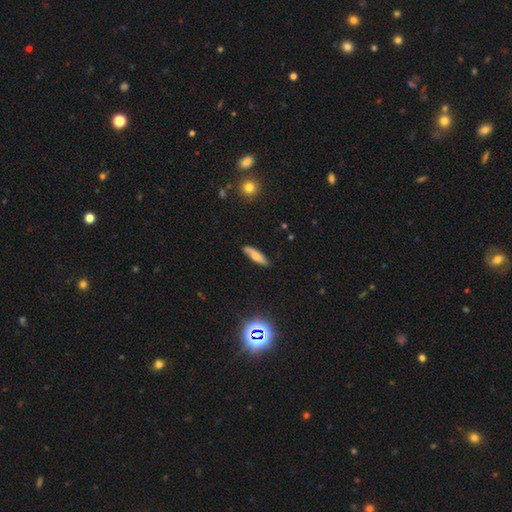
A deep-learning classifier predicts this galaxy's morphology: A smooth galaxy with no disk features (64%) that is cigar-shaped (66%). Merging: none (78%).